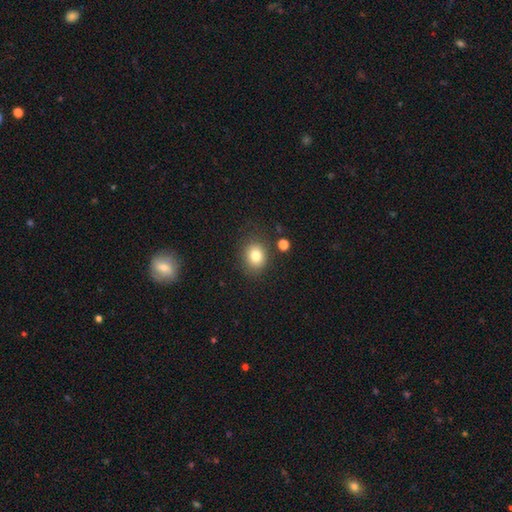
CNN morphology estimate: type=smooth (81%); roundness=round (66%); merging=none (82%).